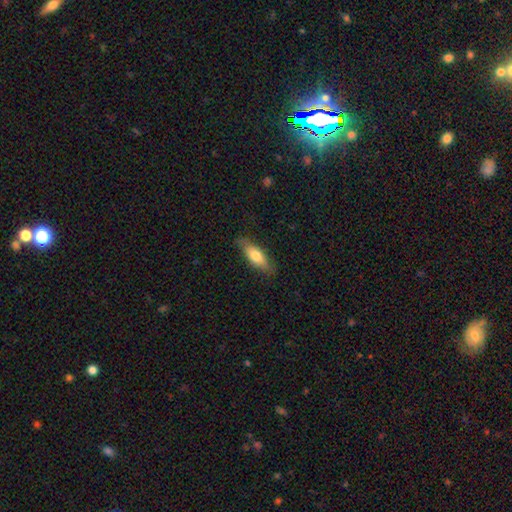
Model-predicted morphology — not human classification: Smooth or featured: smooth — 71% (featured or disk — 23%)
How rounded: in between — 68% (cigar-shaped — 30%)
Merging: none — 78% (minor disturbance — 18%)